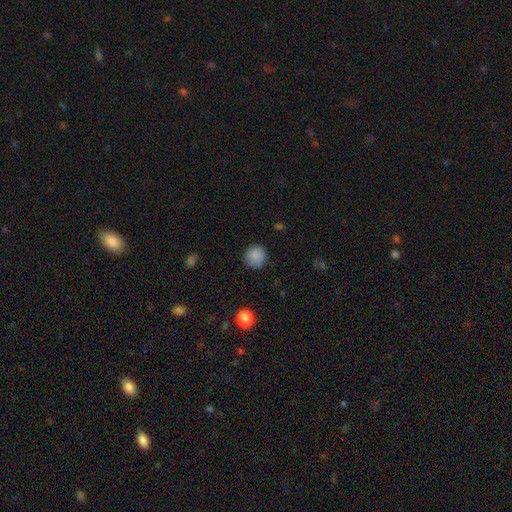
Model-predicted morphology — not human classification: type=smooth (87%); roundness=round (93%); merging=none (86%).